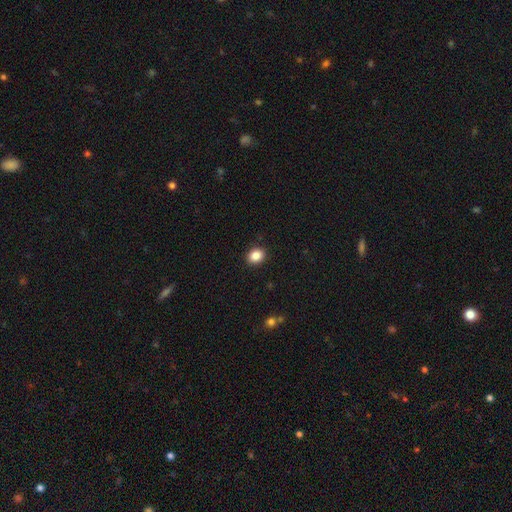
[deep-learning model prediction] Smooth or featured?
  - smooth: 87% *
  - star or artifact: 9%
  - featured or disk: 4%
How rounded?
  - round: 59% *
  - in between: 40%
  - cigar-shaped: 1%
Merging?
  - none: 91% *
  - minor disturbance: 6%
  - major disturbance: 2%
  - merger: 1%